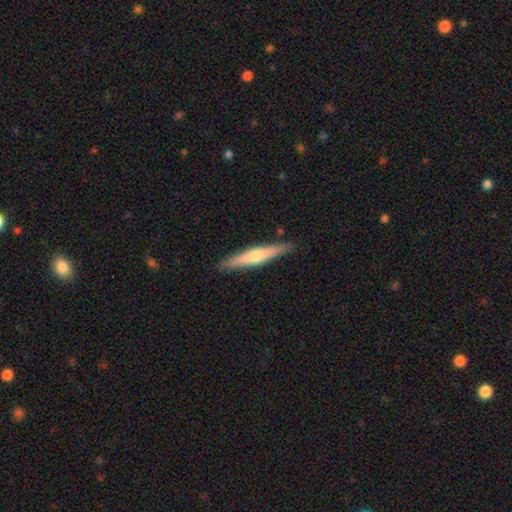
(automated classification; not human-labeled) The model was most divided on "smooth or featured": featured or disk: 51%, smooth: 44%, star or artifact: 5%. More confident: edge-on disk — yes (96%); merging — none (89%).